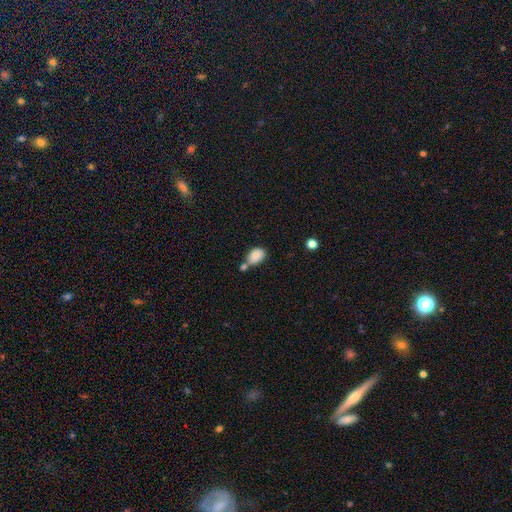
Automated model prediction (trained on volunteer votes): Morphology: type=smooth (85%); roundness=in between (81%); merging=none (43%).